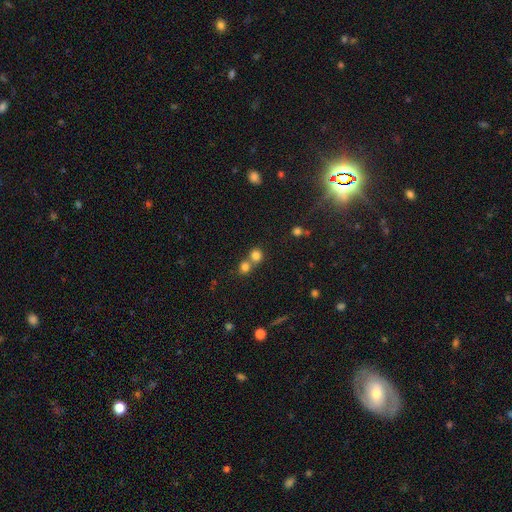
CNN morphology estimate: smooth 77%, star or artifact 15%, featured or disk 8%. Down the decision tree: how rounded — round (86%); merging — merger (47%).